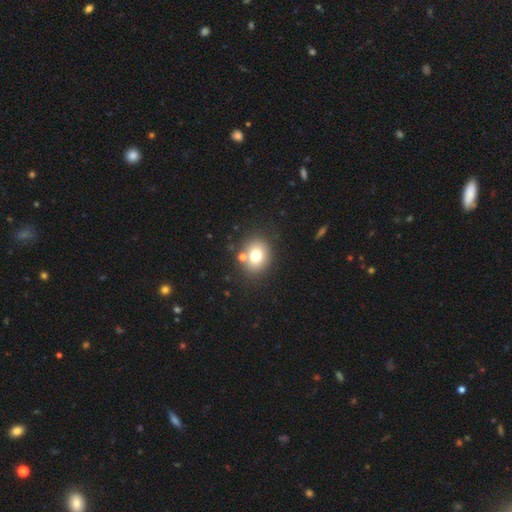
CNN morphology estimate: smooth 75%, featured or disk 13%, star or artifact 12%. Down the decision tree: how rounded — round (57%); merging — none (75%).